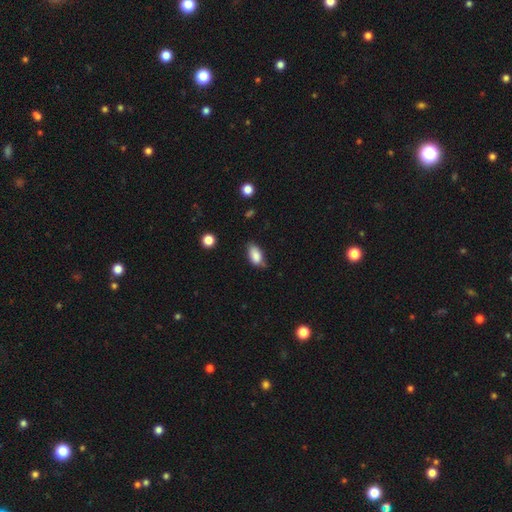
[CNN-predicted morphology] type=smooth (85%); roundness=in between (91%); merging=none (61%).